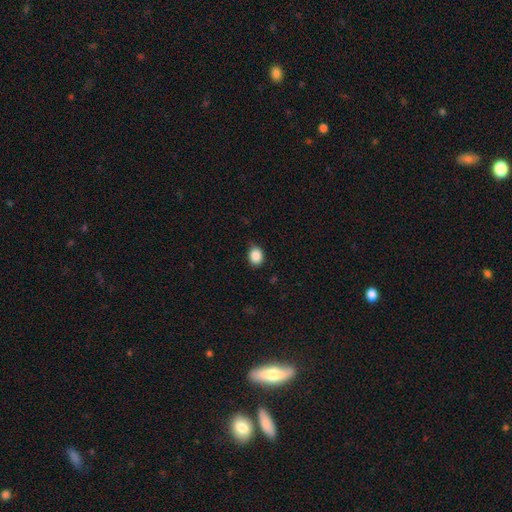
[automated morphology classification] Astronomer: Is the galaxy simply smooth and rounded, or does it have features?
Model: smooth — 88%.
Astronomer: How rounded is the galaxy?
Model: in between — 53% (runner-up: round, 46%).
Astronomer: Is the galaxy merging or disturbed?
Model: none — 78%.